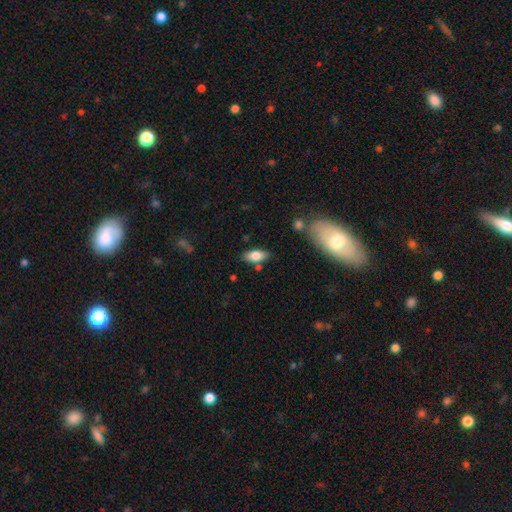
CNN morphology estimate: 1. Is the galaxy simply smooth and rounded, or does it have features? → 76% smooth, 17% featured or disk, 7% star or artifact.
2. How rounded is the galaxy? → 83% in between, 14% cigar-shaped, 3% round.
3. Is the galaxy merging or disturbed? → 78% none, 13% minor disturbance, 5% merger, 3% major disturbance.